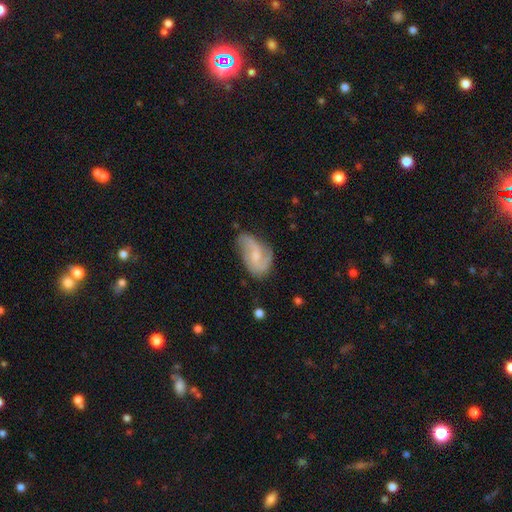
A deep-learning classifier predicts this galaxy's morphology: This appears to be a featured or disk galaxy (73%) with no bar (46%), 2 (73%) medium (43%) spiral arms (92%) and a small central bulge (51%). Merging: none (54%).